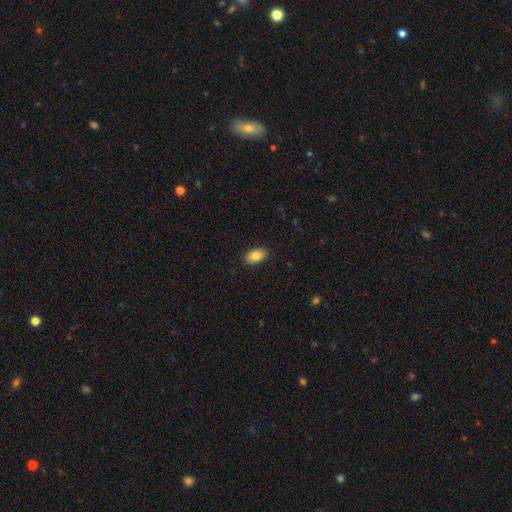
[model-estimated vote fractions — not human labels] A smooth galaxy with no disk features (83%) that is in between round and cigar-shaped (92%).

Vote fractions:
- Smooth or featured? smooth: 83% / featured or disk: 10% / star or artifact: 7%
- How rounded? in between: 92% / round: 6% / cigar-shaped: 2%
- Merging? none: 89% / minor disturbance: 8% / major disturbance: 2% / merger: 1%